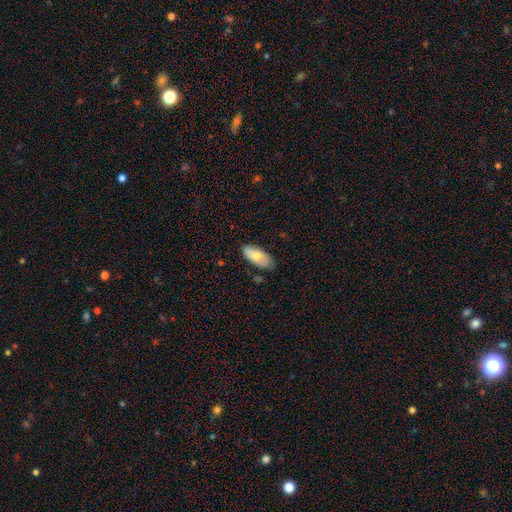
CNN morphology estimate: Overall: smooth (75%). How rounded: in between (88%). Merging: none (76%).